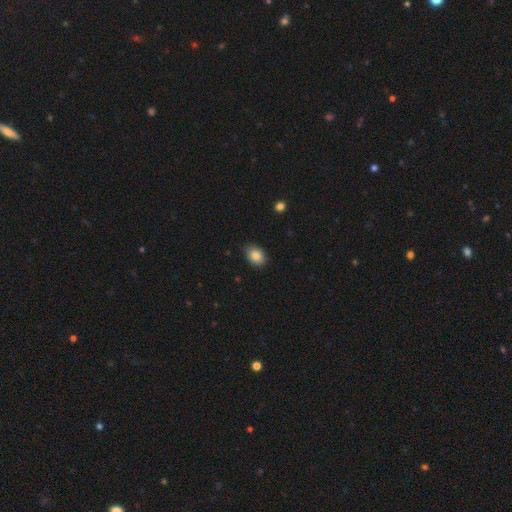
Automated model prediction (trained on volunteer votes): smooth 86%, star or artifact 8%, featured or disk 6%. Down the decision tree: how rounded — in between (72%); merging — none (85%).